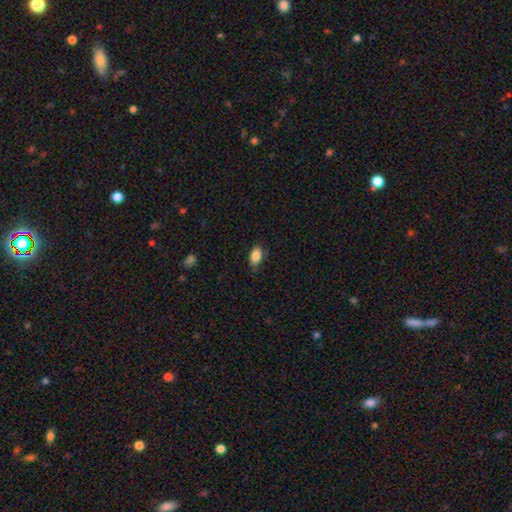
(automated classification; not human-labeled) smooth_or_featured: smooth (p=0.86) [alt: star or artifact p=0.08]
how_rounded: in between (p=0.88) [alt: round p=0.10]
merging: none (p=0.73) [alt: minor disturbance p=0.22]